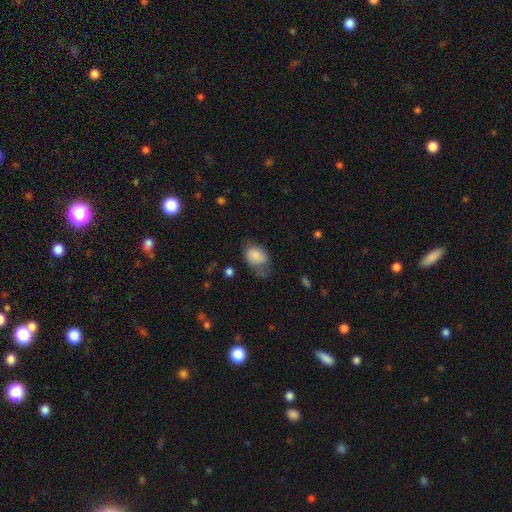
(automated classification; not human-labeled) The model was most divided on "merging": none: 41%, minor disturbance: 35%, major disturbance: 21%, merger: 4%. More confident: smooth or featured — smooth (82%); how rounded — in between (75%).